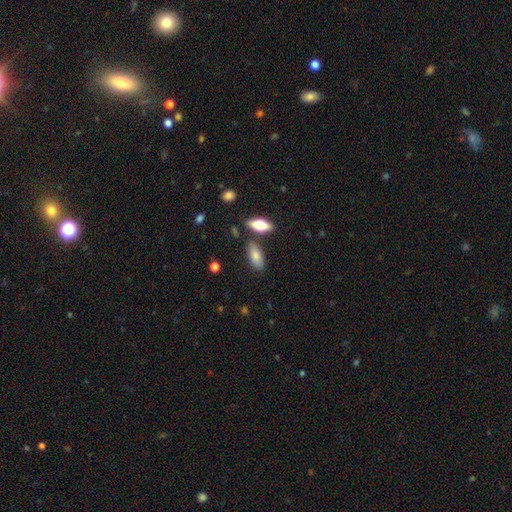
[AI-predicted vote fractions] Smooth or featured? Predicted: smooth (p=0.80). How rounded? Predicted: in between (p=0.83). Merging? Predicted: none (p=0.74).